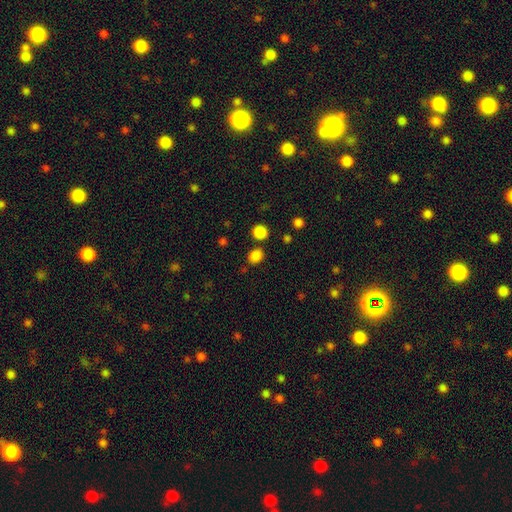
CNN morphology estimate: Q: Smooth or featured?
A: smooth (84%); runner-up: star or artifact (13%)
Q: How rounded?
A: round (62%); runner-up: in between (37%)
Q: Merging?
A: none (78%); runner-up: minor disturbance (9%)